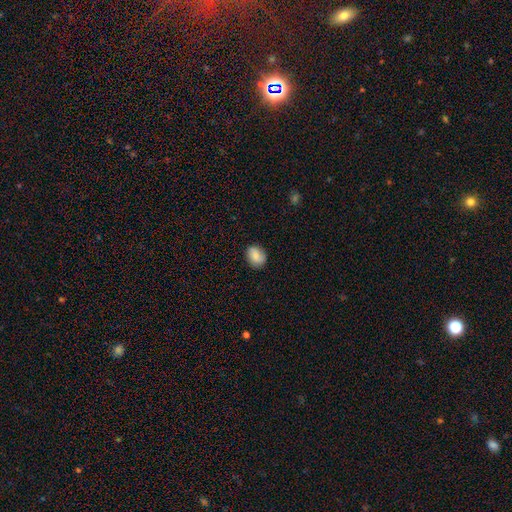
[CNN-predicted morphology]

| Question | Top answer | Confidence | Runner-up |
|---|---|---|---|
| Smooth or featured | smooth | 81% | featured or disk (12%) |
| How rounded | round | 50% | in between (49%) |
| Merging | none | 83% | minor disturbance (13%) |